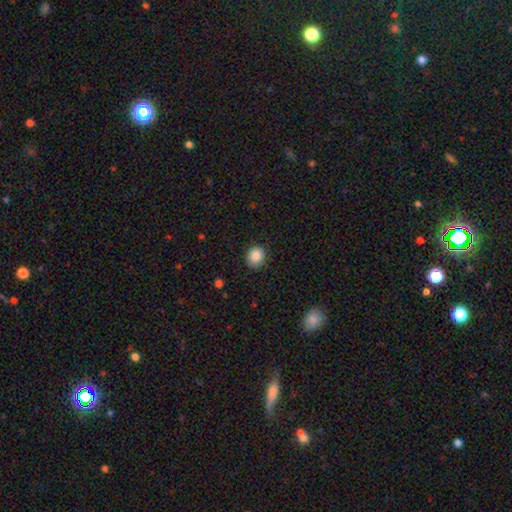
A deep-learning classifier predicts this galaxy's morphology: Smooth or featured? Predicted: smooth (p=0.86). How rounded? Predicted: round (p=0.68). Merging? Predicted: none (p=0.88).